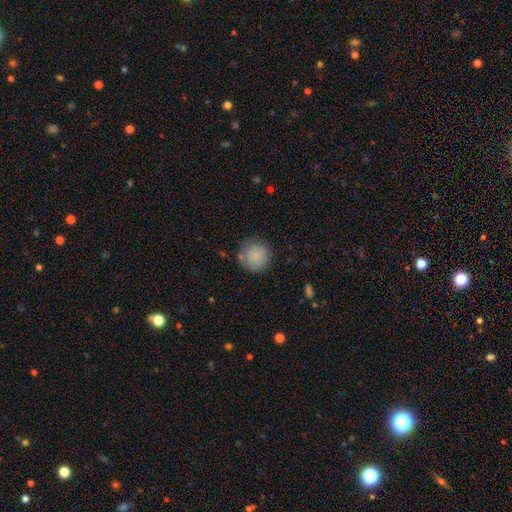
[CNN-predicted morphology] Smooth or featured? smooth (84%)
How rounded? round (95%)
Merging? none (78%)